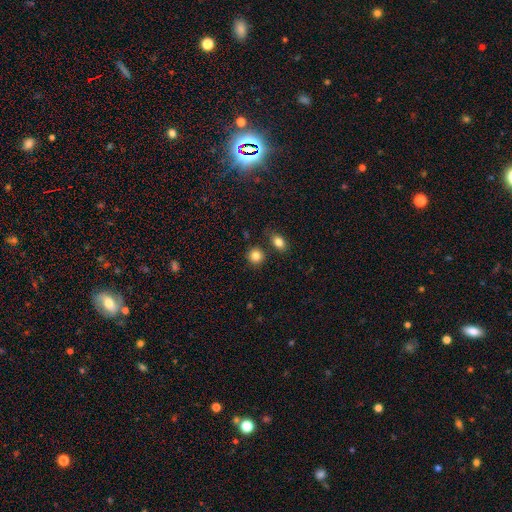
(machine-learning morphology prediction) Smooth or featured: smooth — 85% (star or artifact — 10%)
How rounded: round — 86% (in between — 13%)
Merging: none — 80% (merger — 9%)